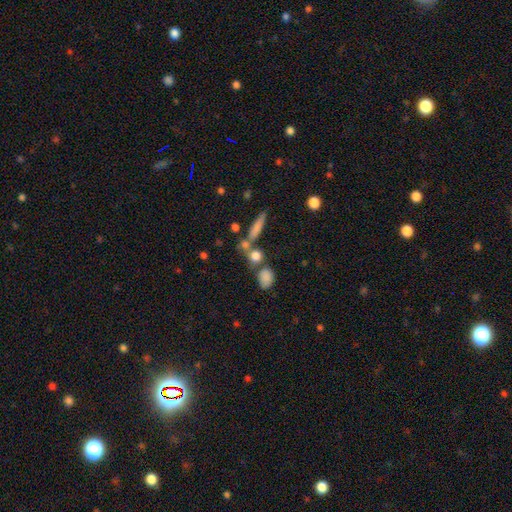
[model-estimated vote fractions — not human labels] A smooth galaxy with no disk features (75%) that is round (57%). Merging: none (54%).